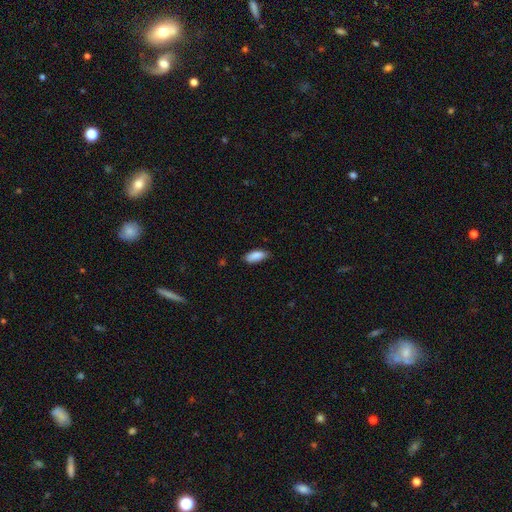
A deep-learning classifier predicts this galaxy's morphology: This is clearly a smooth galaxy (89%). How rounded: clearly in between (83%). Merging: clearly none (80%).